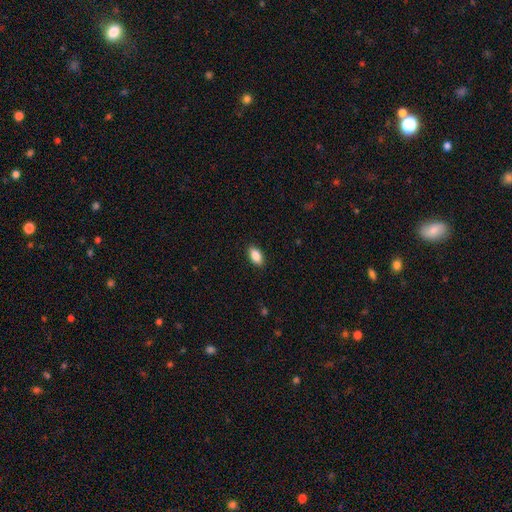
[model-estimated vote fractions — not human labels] A smooth galaxy with no disk features (89%) that is in between round and cigar-shaped (93%). Merging: none (89%).